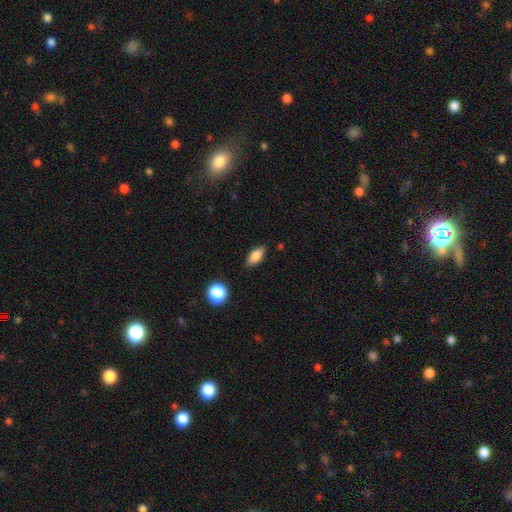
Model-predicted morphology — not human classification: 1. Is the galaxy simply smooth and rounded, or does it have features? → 82% smooth, 10% featured or disk, 8% star or artifact.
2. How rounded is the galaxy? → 85% in between, 10% cigar-shaped, 5% round.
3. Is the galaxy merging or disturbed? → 83% none, 12% minor disturbance, 3% major disturbance, 2% merger.